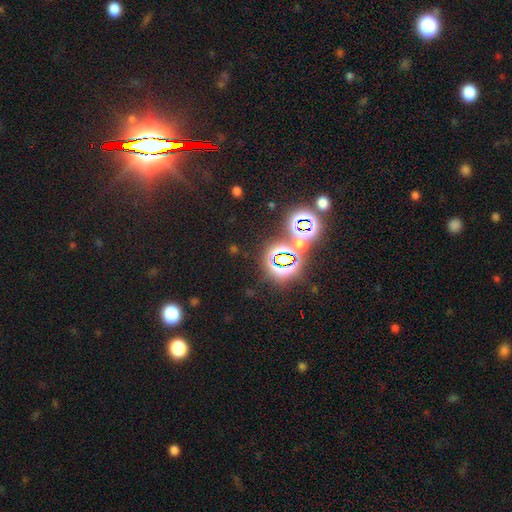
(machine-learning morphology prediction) Overall: star or artifact (75%).